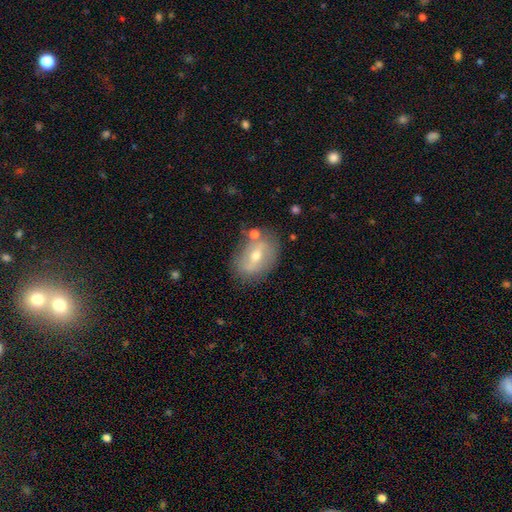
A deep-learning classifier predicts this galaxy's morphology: type=featured or disk (59%); edge-on=no (90%); bar=weak (41%); spiral arms=yes (54%); bulge=moderate (63%); merging=none (73%).